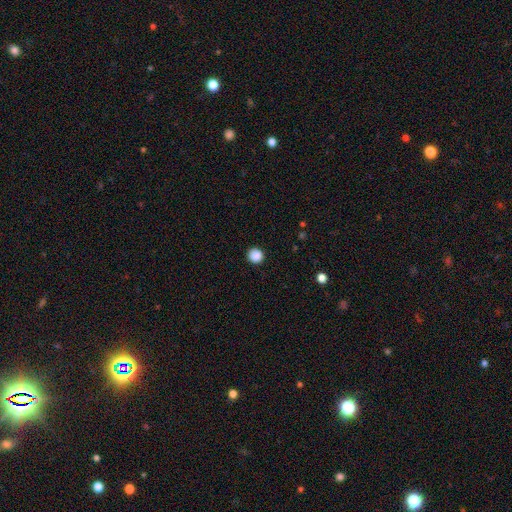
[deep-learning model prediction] Smooth or featured: smooth — 88% (star or artifact — 9%)
How rounded: round — 93% (in between — 6%)
Merging: none — 92% (minor disturbance — 5%)